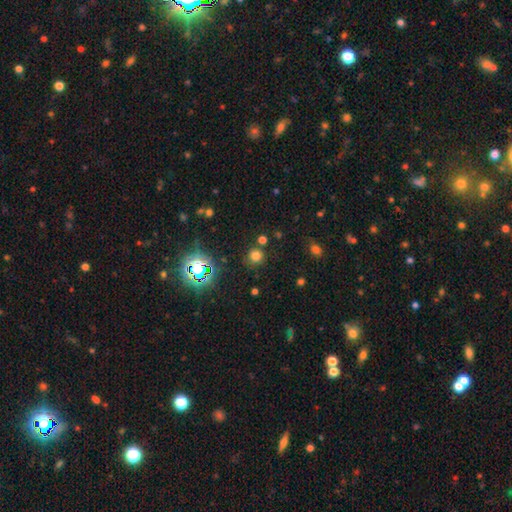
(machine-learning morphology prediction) smooth 69%, star or artifact 25%, featured or disk 5%. Down the decision tree: how rounded — round (92%); merging — none (84%).